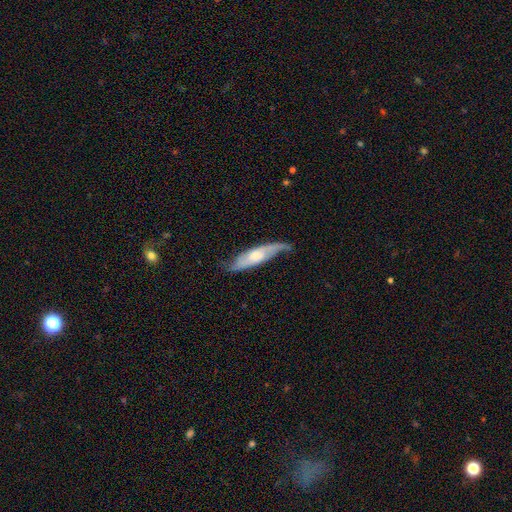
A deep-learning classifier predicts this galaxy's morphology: smooth-or-featured: featured or disk: 63% | smooth: 31% | star or artifact: 6%
  disk-edge-on: no: 64% | yes: 36%
  merging: none: 60% | minor disturbance: 28% | major disturbance: 10% | merger: 2%